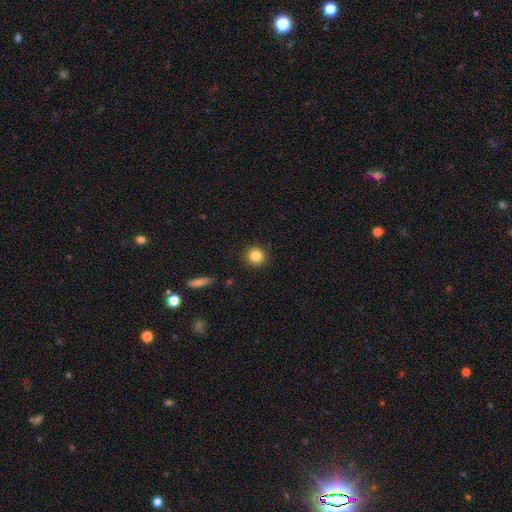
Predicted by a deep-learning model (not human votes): Morphology: type=smooth (84%); roundness=round (93%); merging=none (91%).